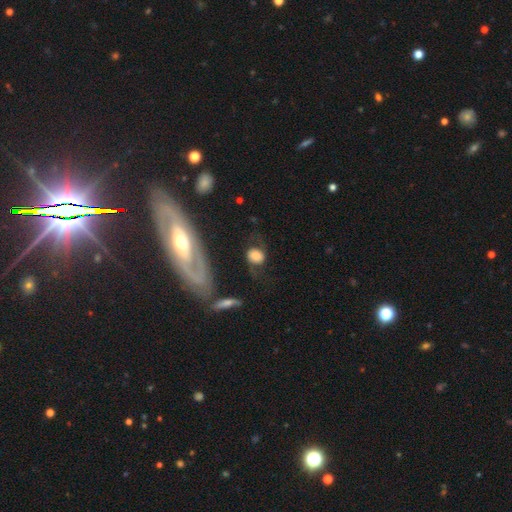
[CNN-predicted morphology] The model was most divided on "how rounded": round: 59%, in between: 39%, cigar-shaped: 2%. More confident: smooth or featured — smooth (57%); merging — none (54%).